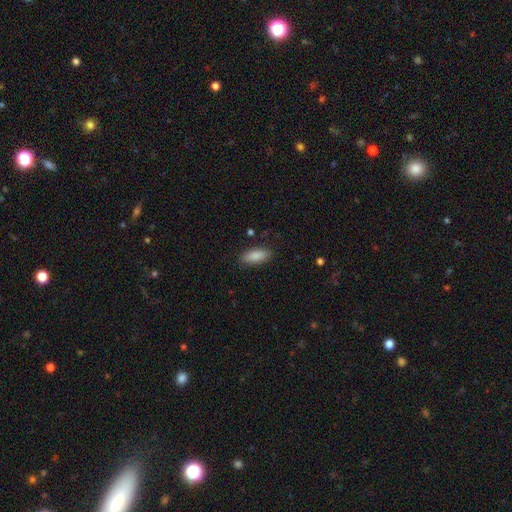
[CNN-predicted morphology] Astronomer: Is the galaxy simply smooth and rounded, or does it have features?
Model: smooth — 88%.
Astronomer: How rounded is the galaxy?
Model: in between — 80%.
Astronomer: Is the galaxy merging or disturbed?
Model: none — 86%.